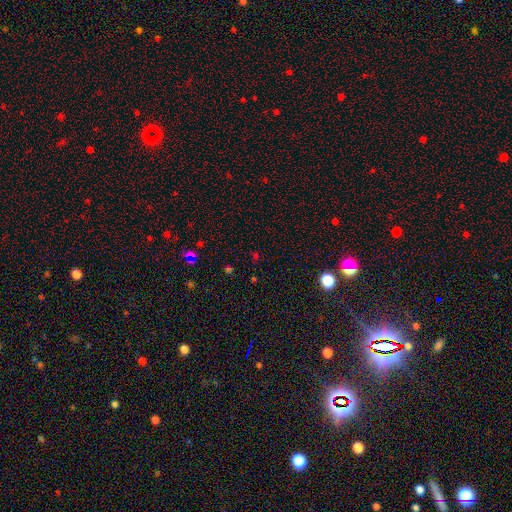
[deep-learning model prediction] This is possibly a star or artifact rather than a galaxy (57%).